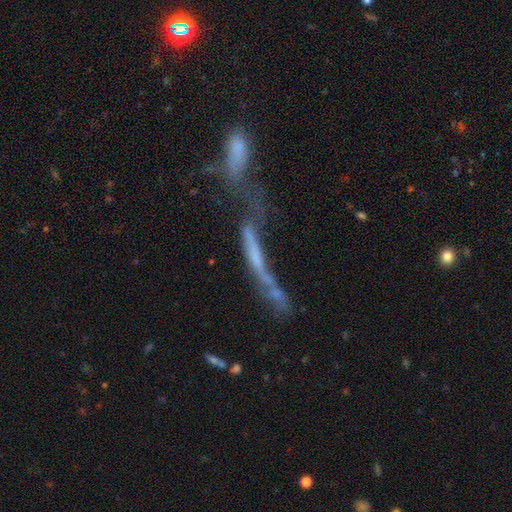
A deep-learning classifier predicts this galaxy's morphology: Smooth or featured?
  - featured or disk: 53% *
  - smooth: 31%
  - star or artifact: 16%
Edge-on disk?
  - no: 54% *
  - yes: 46%
Merging?
  - merger: 63% *
  - major disturbance: 17%
  - none: 12%
  - minor disturbance: 7%